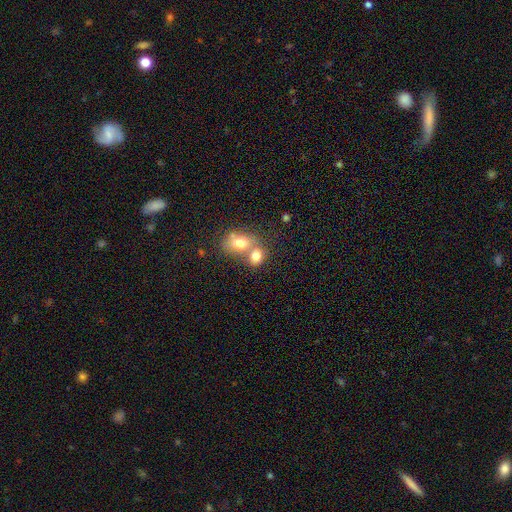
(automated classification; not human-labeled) Smooth or featured?
  - smooth: 75% *
  - featured or disk: 15%
  - star or artifact: 10%
How rounded?
  - in between: 60% *
  - round: 38%
  - cigar-shaped: 1%
Merging?
  - merger: 60% *
  - none: 29%
  - minor disturbance: 7%
  - major disturbance: 4%